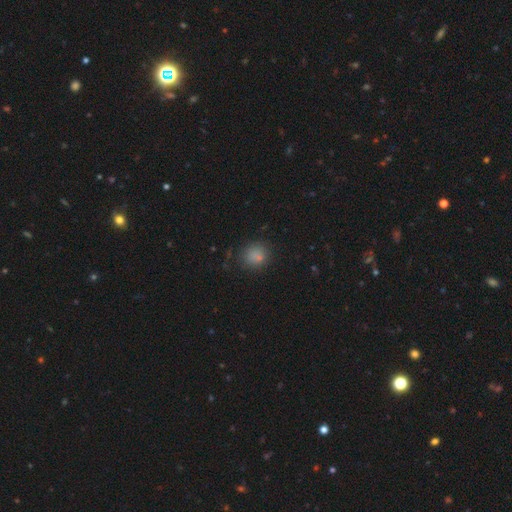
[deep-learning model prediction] This is clearly a smooth galaxy (82%). How rounded: likely round (73%). Merging: likely none (77%).